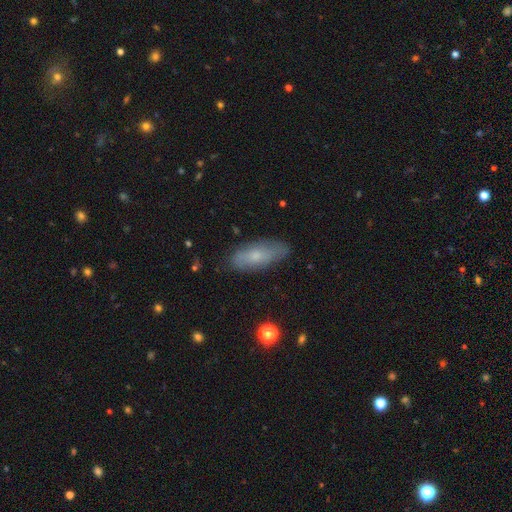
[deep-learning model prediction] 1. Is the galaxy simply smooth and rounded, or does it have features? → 60% smooth, 32% featured or disk, 8% star or artifact.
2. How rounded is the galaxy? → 70% in between, 27% cigar-shaped, 3% round.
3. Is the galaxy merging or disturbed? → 80% none, 16% minor disturbance, 3% major disturbance, 1% merger.